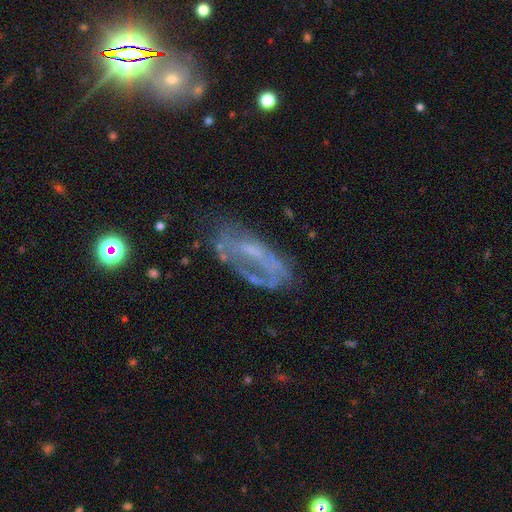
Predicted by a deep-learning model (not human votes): This appears to be a featured or disk galaxy (64%) with no bar (57%), no spiral arms (51%) and a small central bulge (42%). Merging: none (49%).